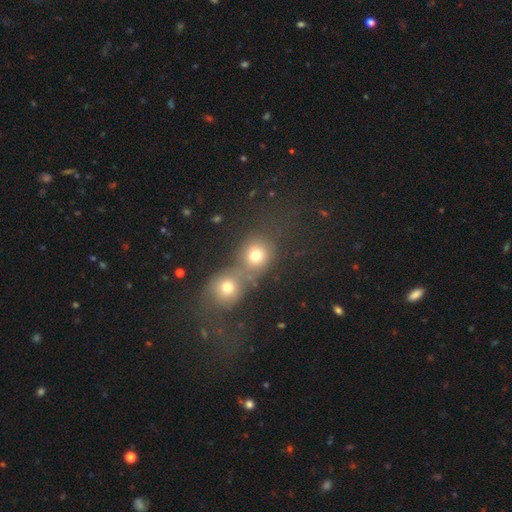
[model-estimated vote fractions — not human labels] This appears to be a smooth galaxy with no disk features (74%) that is round (80%). Merging: merger (60%).